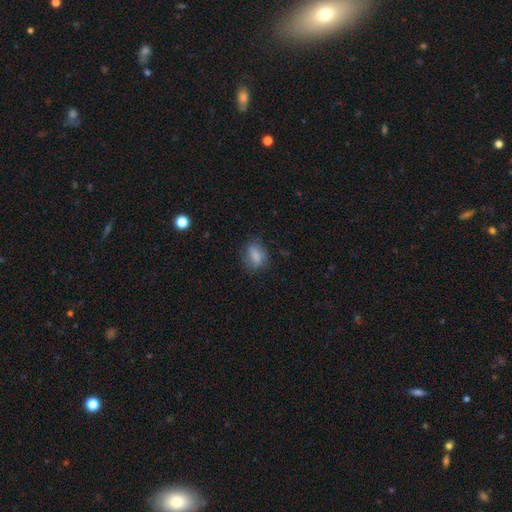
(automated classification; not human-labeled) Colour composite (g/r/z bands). It shows a smooth galaxy with no disk features (77%) that is in between round and cigar-shaped (73%). Merging: none (68%).